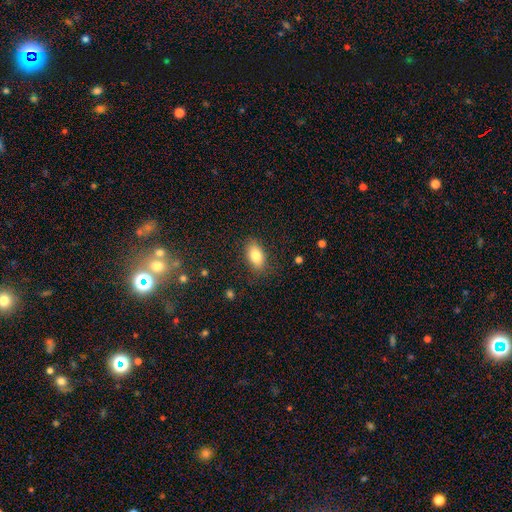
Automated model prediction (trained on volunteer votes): Overall: smooth (83%). How rounded: in between (91%). Merging: none (83%).